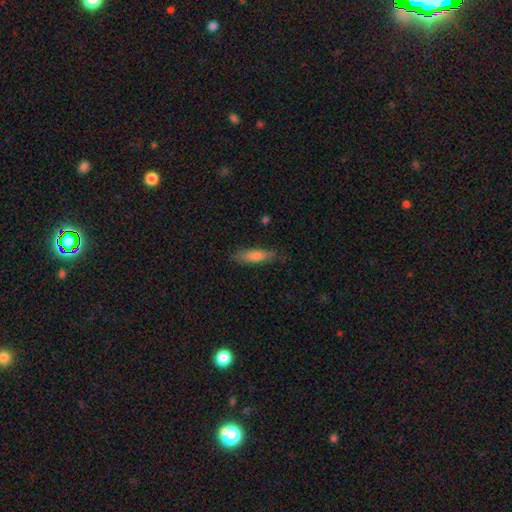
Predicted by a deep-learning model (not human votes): Smooth or featured?
  - smooth: 73% *
  - featured or disk: 21%
  - star or artifact: 6%
How rounded?
  - cigar-shaped: 65% *
  - in between: 33%
  - round: 2%
Merging?
  - none: 80% *
  - minor disturbance: 15%
  - major disturbance: 3%
  - merger: 1%